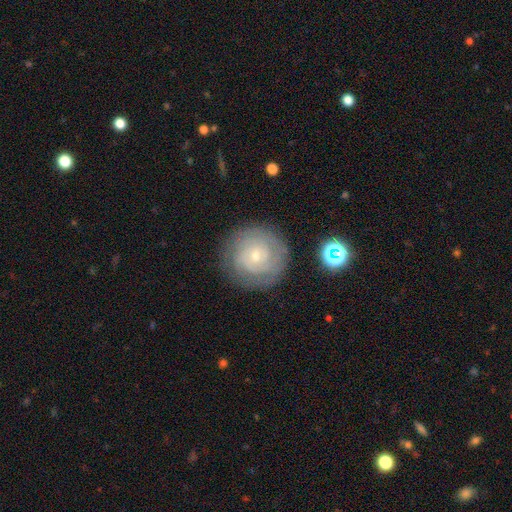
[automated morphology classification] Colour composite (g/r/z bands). It shows a featured or disk galaxy (66%) with no bar (76%), tight (79%) spiral arms (84%) and a small central bulge (73%). Merging: none (81%).